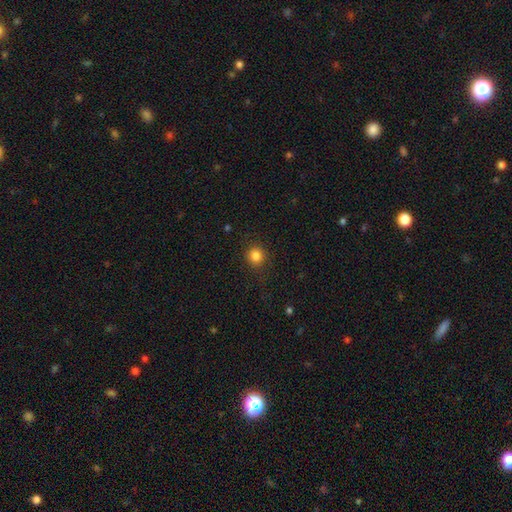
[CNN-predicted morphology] This appears to be a smooth galaxy with no disk features (84%) that is round (91%). Merging: none (88%).